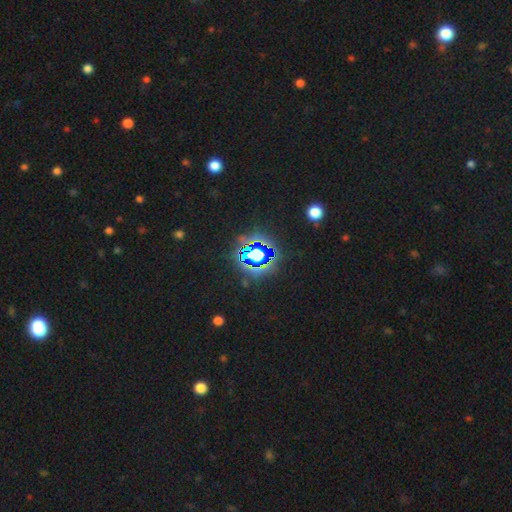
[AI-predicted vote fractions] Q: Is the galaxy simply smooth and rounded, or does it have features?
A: star or artifact — 76%.